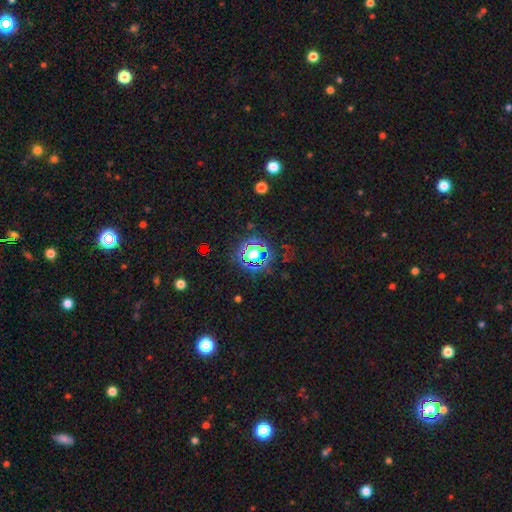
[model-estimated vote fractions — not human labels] Smooth or featured? star or artifact (65%)